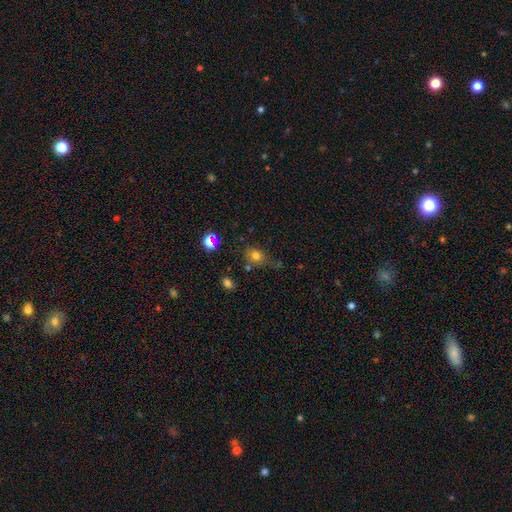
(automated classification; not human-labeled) smooth_or_featured: smooth (p=0.74) [alt: star or artifact p=0.17]
how_rounded: round (p=0.51) [alt: in between p=0.48]
merging: none (p=0.57) [alt: minor disturbance p=0.25]